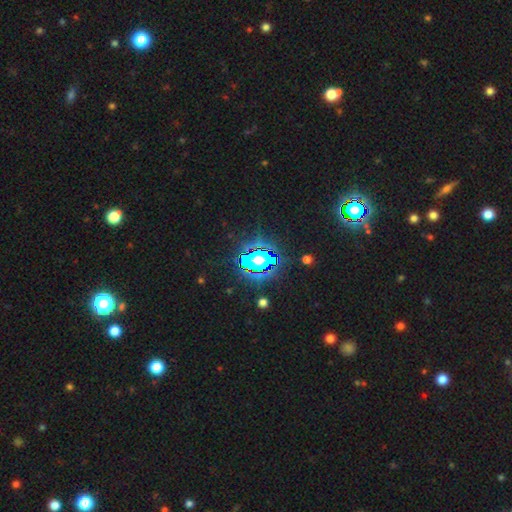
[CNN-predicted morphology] smooth_or_featured: star or artifact (p=0.70) [alt: smooth p=0.19]